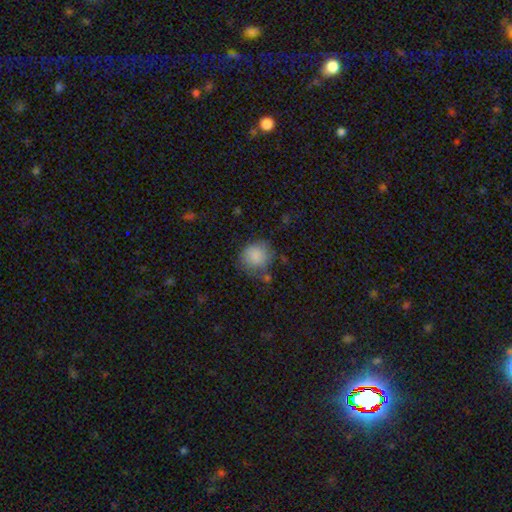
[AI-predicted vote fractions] A smooth galaxy with no disk features (85%) that is round (87%).

Vote fractions:
- Smooth or featured? smooth: 85% / star or artifact: 8% / featured or disk: 7%
- How rounded? round: 87% / in between: 12% / cigar-shaped: 1%
- Merging? none: 60% / minor disturbance: 25% / major disturbance: 9% / merger: 6%